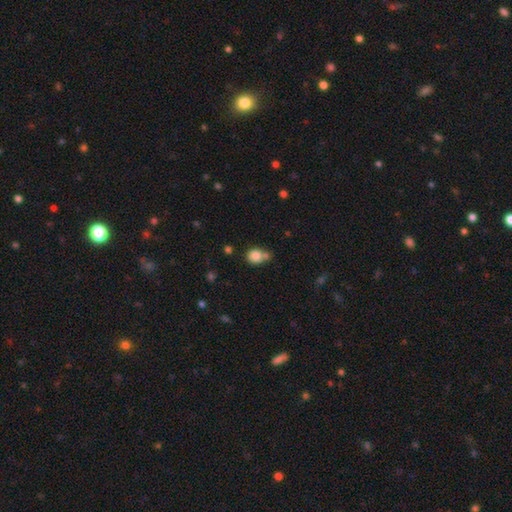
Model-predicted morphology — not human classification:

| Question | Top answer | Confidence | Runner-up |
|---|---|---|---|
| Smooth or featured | smooth | 83% | star or artifact (10%) |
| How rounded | round | 71% | in between (28%) |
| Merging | none | 50% | merger (30%) |